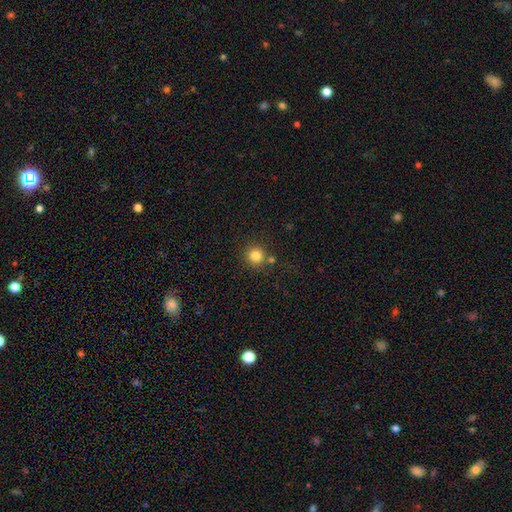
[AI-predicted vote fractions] Q: Smooth or featured?
A: smooth (82%); runner-up: star or artifact (12%)
Q: How rounded?
A: round (93%); runner-up: in between (6%)
Q: Merging?
A: none (78%); runner-up: merger (11%)